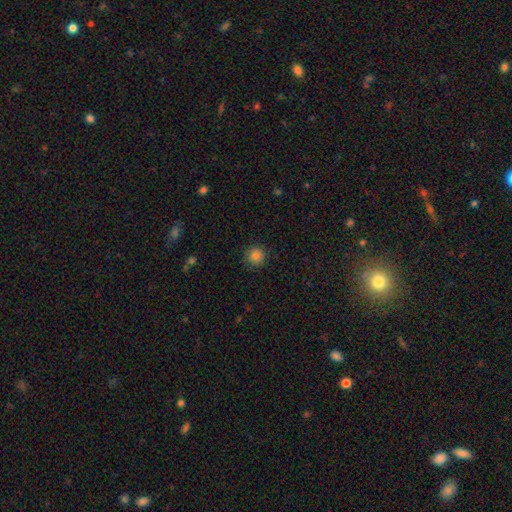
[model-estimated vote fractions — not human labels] Overall: smooth (85%). How rounded: round (95%). Merging: none (91%).